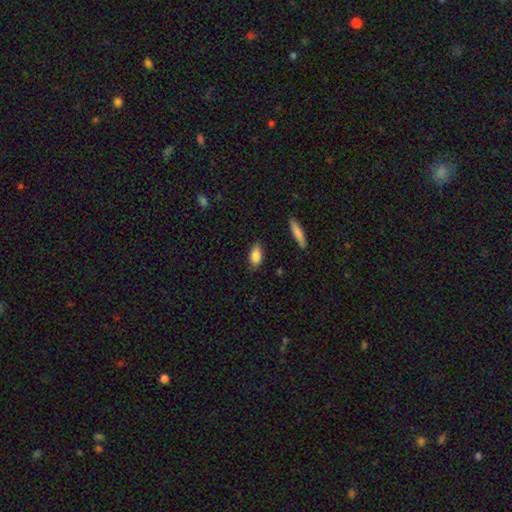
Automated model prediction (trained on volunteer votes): Smooth or featured?
  - smooth: 85% *
  - featured or disk: 9%
  - star or artifact: 7%
How rounded?
  - in between: 85% *
  - cigar-shaped: 11%
  - round: 4%
Merging?
  - none: 84% *
  - minor disturbance: 12%
  - major disturbance: 2%
  - merger: 2%